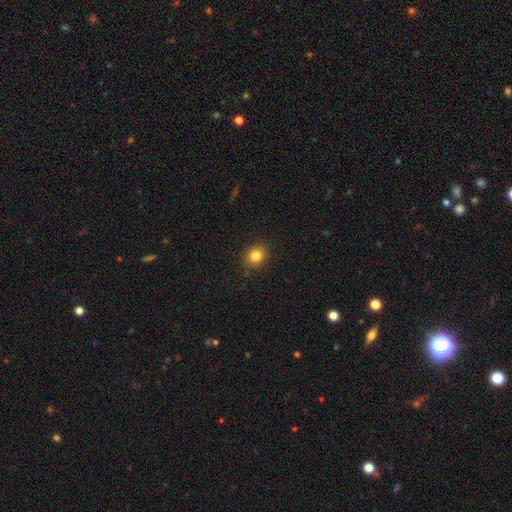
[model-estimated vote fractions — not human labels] Q: Smooth or featured?
A: smooth (83%); runner-up: star or artifact (11%)
Q: How rounded?
A: round (69%); runner-up: in between (30%)
Q: Merging?
A: none (87%); runner-up: minor disturbance (9%)